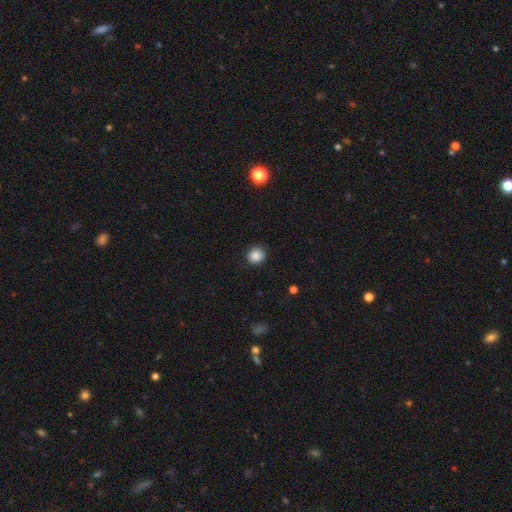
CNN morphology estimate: Smooth or featured? smooth (87%)
How rounded? round (90%)
Merging? none (86%)